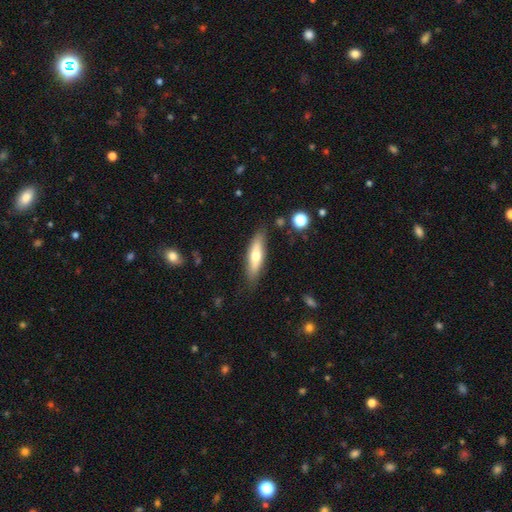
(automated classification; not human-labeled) Overall: smooth (58%; featured or disk 36%). How rounded: cigar-shaped (60%; in between 38%). Merging: none (81%).